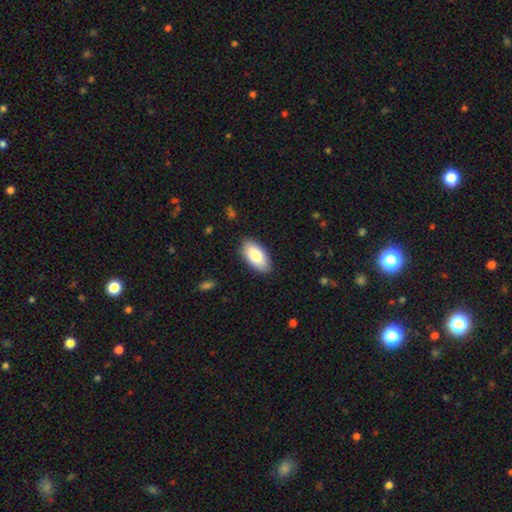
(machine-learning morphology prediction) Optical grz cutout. It shows a smooth galaxy with no disk features (82%) that is in between round and cigar-shaped (95%). Merging: none (87%).